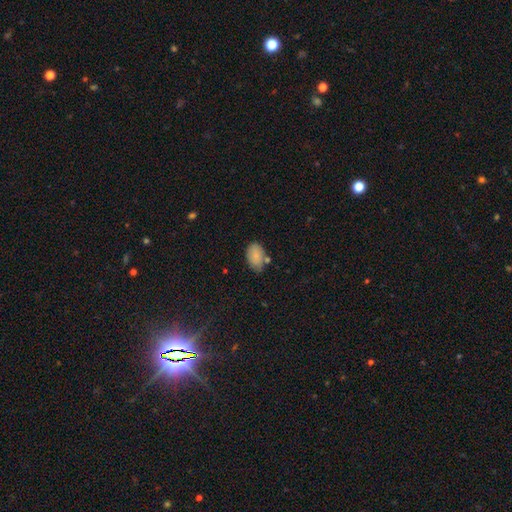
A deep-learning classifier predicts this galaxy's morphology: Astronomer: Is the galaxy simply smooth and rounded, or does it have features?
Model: smooth — 85%.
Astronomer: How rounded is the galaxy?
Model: in between — 90%.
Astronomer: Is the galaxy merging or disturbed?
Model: none — 65%.